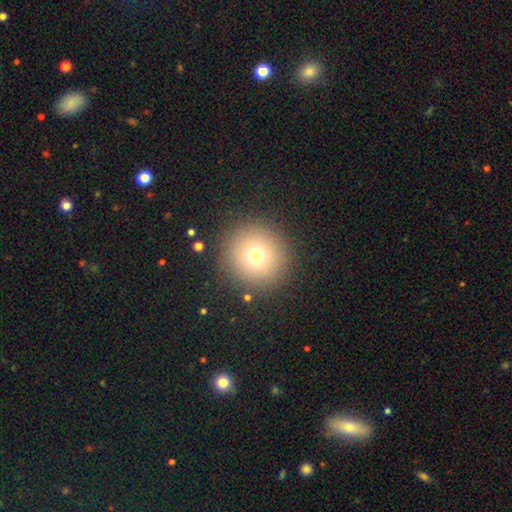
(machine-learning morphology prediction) Overall: smooth (72%). How rounded: round (95%). Merging: none (89%).